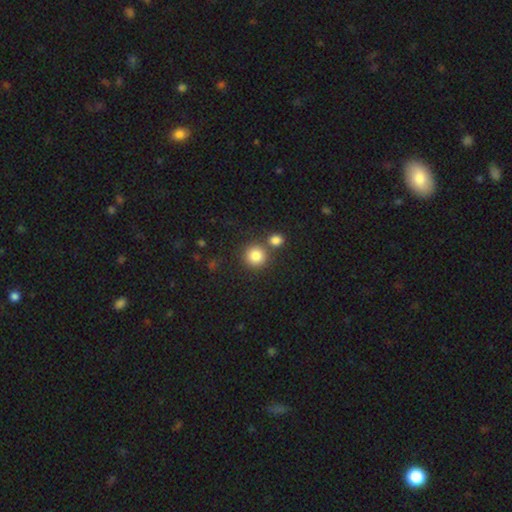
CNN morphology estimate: smooth_or_featured: smooth (p=0.85) [alt: star or artifact p=0.10]
how_rounded: round (p=0.92) [alt: in between p=0.07]
merging: none (p=0.71) [alt: merger p=0.19]